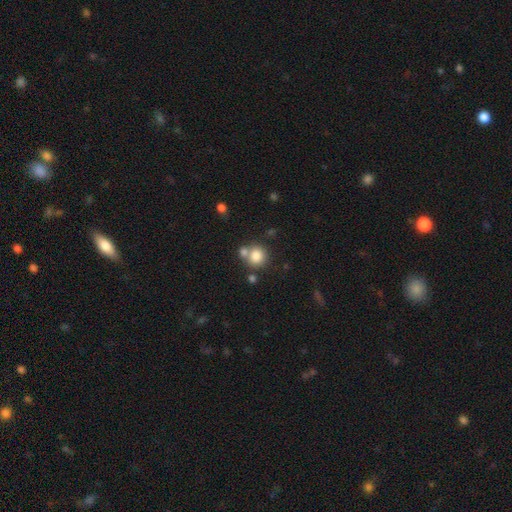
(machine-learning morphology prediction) smooth-or-featured: smooth: 82% | star or artifact: 10% | featured or disk: 8%
  how-rounded: round: 86% | in between: 13% | cigar-shaped: 1%
  merging: none: 57% | merger: 29% | minor disturbance: 9% | major disturbance: 4%